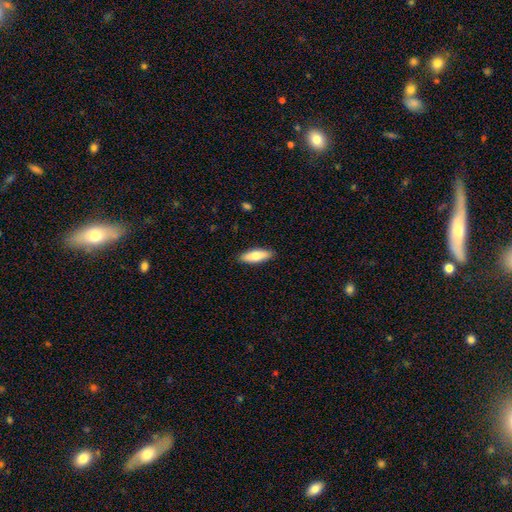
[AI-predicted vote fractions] A smooth galaxy with no disk features (74%) that is in between round and cigar-shaped (55%). Merging: none (89%).